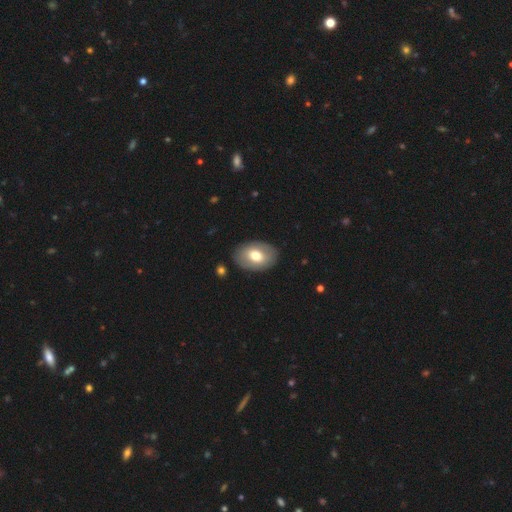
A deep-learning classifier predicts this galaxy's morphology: A smooth galaxy with no disk features (67%) that is in between round and cigar-shaped (85%).

Vote fractions:
- Smooth or featured? smooth: 67% / featured or disk: 27% / star or artifact: 6%
- How rounded? in between: 85% / round: 14% / cigar-shaped: 1%
- Merging? none: 86% / minor disturbance: 9% / major disturbance: 3% / merger: 2%